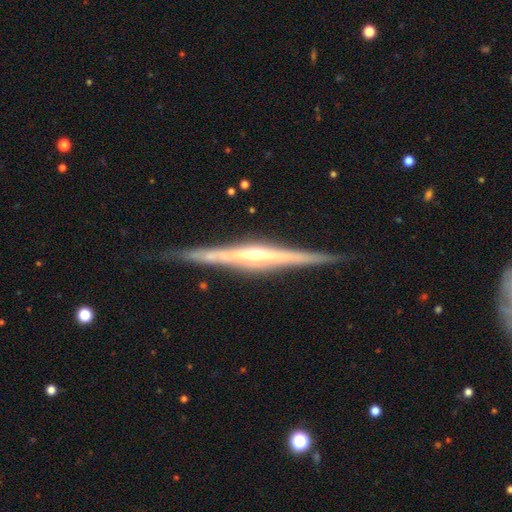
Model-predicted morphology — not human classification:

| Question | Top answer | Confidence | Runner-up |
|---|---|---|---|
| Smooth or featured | featured or disk | 86% | smooth (9%) |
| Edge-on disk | yes | 98% | no (2%) |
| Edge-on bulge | rounded | 73% | none (16%) |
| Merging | none | 87% | minor disturbance (10%) |